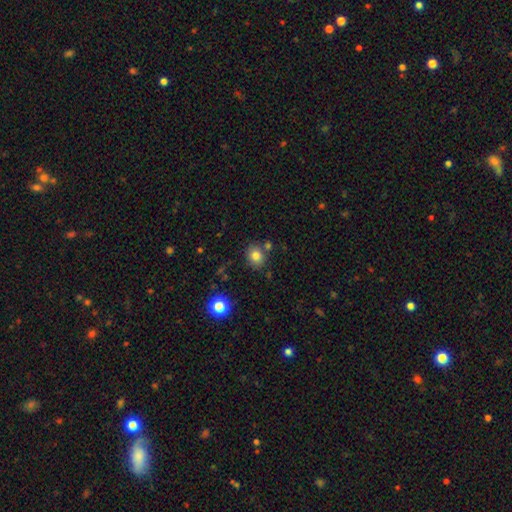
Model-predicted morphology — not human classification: smooth-or-featured: smooth: 80% | star or artifact: 12% | featured or disk: 8%
  how-rounded: round: 67% | in between: 32% | cigar-shaped: 1%
  merging: none: 76% | minor disturbance: 11% | merger: 9% | major disturbance: 3%